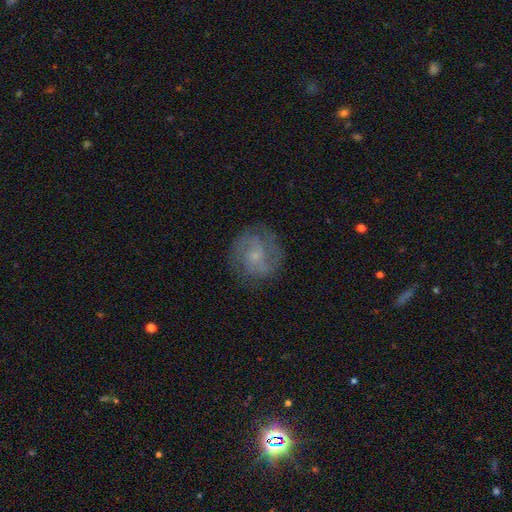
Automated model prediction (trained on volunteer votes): The model was most divided on "spiral winding": medium: 46%, tight: 39%, loose: 15%. More confident: edge-on disk — no (98%); spiral arms — yes (92%); merging — none (79%); smooth or featured — featured or disk (71%); bulge size — small (68%); spiral arm count — 2 (61%); bar — no (61%).